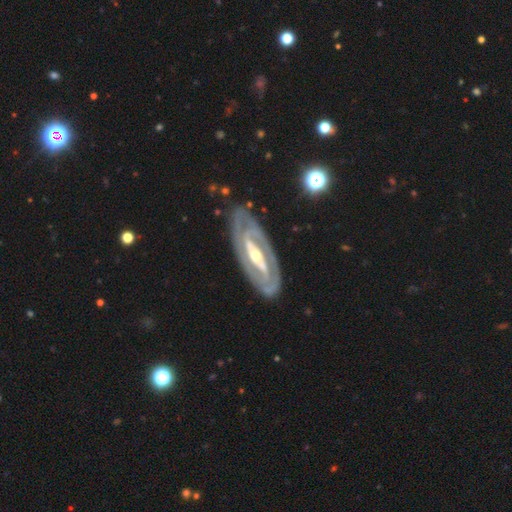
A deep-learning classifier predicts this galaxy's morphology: Overall: featured or disk (88%). Edge-on disk: no (91%). Bar: strong (60%; weak 22%). Spiral arms: yes (87%). Spiral arm count: 2 (83%). Spiral winding: tight (63%; medium 29%). Bulge size: moderate (60%; small 33%). Merging: none (82%).